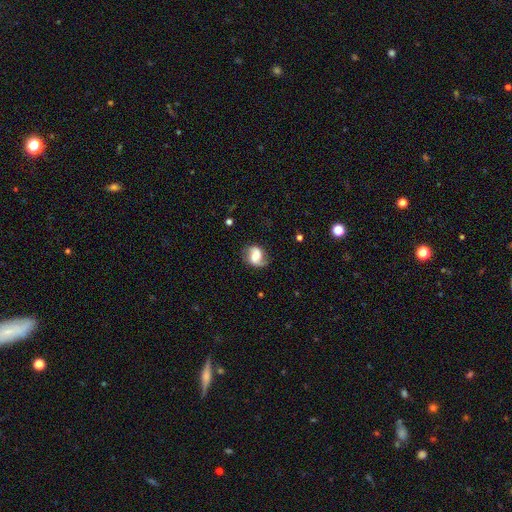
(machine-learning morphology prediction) featured or disk 64%, smooth 28%, star or artifact 8%. Down the decision tree: edge-on disk — no (97%); bar — weak (41%); spiral arms — yes (91%); spiral arm count — 2 (83%); spiral winding — loose (52%); bulge size — large (31%); merging — none (69%).